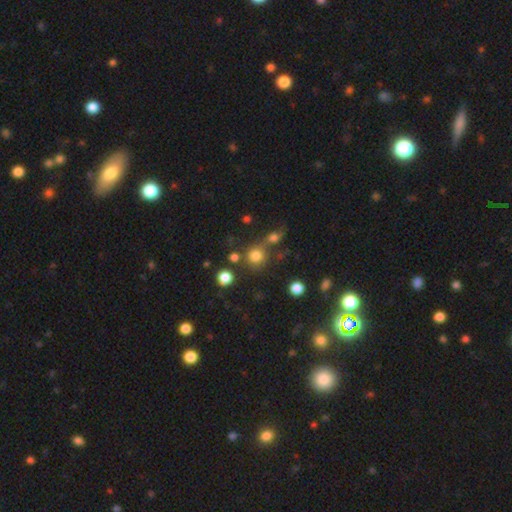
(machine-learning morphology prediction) smooth-or-featured: smooth: 78% | star or artifact: 15% | featured or disk: 7%
  how-rounded: round: 90% | in between: 9% | cigar-shaped: 1%
  merging: none: 61% | merger: 24% | minor disturbance: 9% | major disturbance: 6%